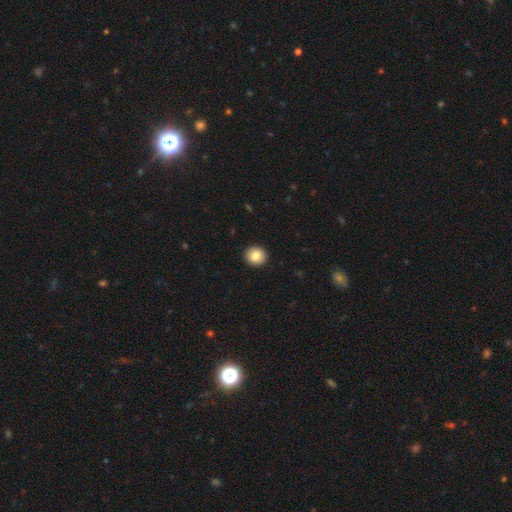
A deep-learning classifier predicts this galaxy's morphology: Smooth or featured? smooth (84%)
How rounded? round (89%)
Merging? none (93%)